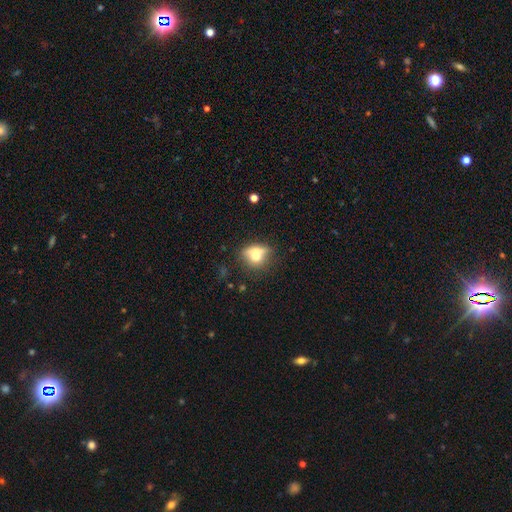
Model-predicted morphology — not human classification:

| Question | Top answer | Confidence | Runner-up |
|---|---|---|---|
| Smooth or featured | smooth | 60% | featured or disk (28%) |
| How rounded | round | 62% | in between (35%) |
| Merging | none | 49% | minor disturbance (24%) |